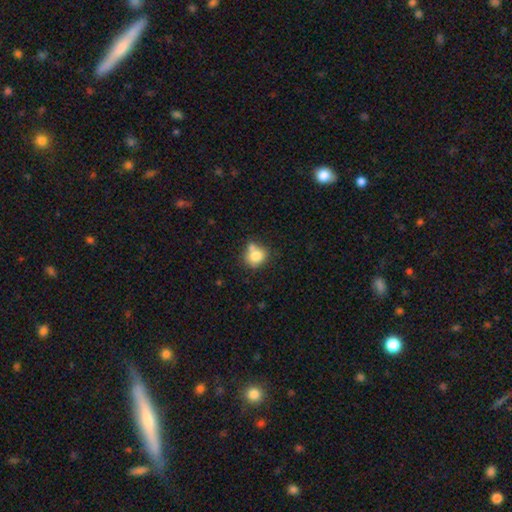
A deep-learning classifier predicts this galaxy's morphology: A smooth galaxy with no disk features (78%) that is round (75%). Merging: none (51%).